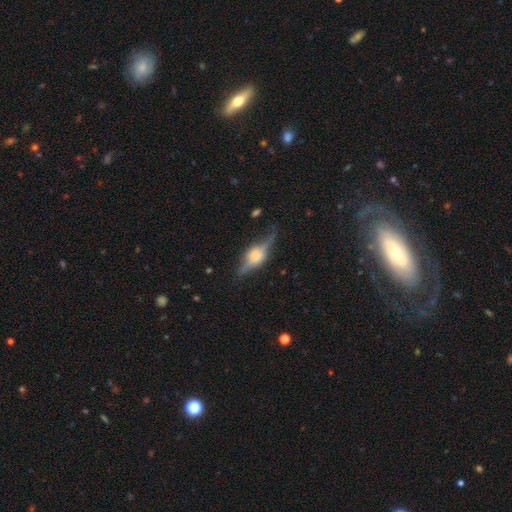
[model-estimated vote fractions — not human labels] smooth-or-featured: featured or disk: 75% | smooth: 18% | star or artifact: 7%
  disk-edge-on: yes: 95% | no: 5%
    edge-on-bulge: rounded: 87% | boxy: 12% | none: 2%
  merging: none: 78% | minor disturbance: 15% | major disturbance: 5% | merger: 2%